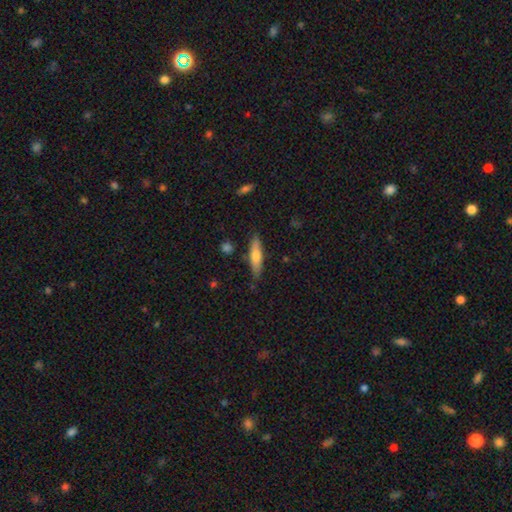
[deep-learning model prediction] smooth 61%, featured or disk 33%, star or artifact 6%. Down the decision tree: how rounded — cigar-shaped (74%); merging — none (83%).